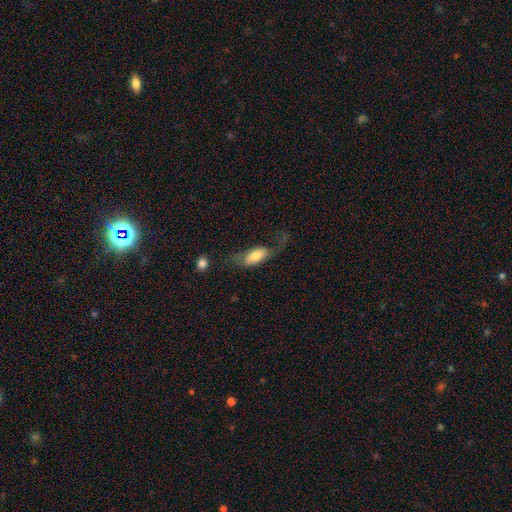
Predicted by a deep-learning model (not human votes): Q: Smooth or featured?
A: smooth (62%); runner-up: featured or disk (32%)
Q: How rounded?
A: in between (84%); runner-up: cigar-shaped (12%)
Q: Merging?
A: none (38%); runner-up: major disturbance (34%)